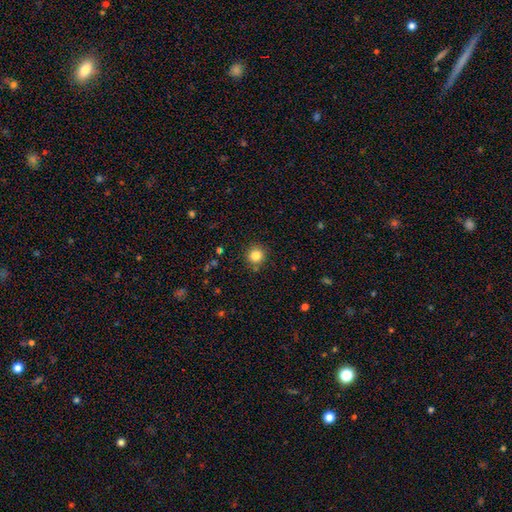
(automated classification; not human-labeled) This is clearly a smooth galaxy (83%). How rounded: clearly round (93%). Merging: clearly none (87%).